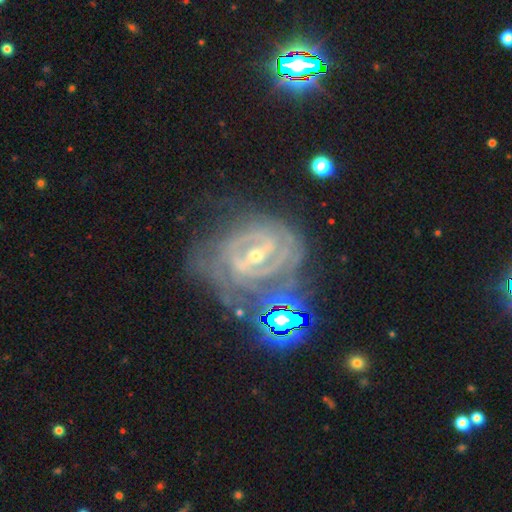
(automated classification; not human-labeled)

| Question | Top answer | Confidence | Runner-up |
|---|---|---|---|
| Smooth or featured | featured or disk | 86% | star or artifact (8%) |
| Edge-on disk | no | 96% | yes (4%) |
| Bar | strong | 46% | weak (39%) |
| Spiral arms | yes | 92% | no (8%) |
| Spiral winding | tight | 70% | medium (25%) |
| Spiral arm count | can't tell | 34% | 2 (32%) |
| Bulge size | small | 59% | moderate (37%) |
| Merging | none | 58% | minor disturbance (21%) |